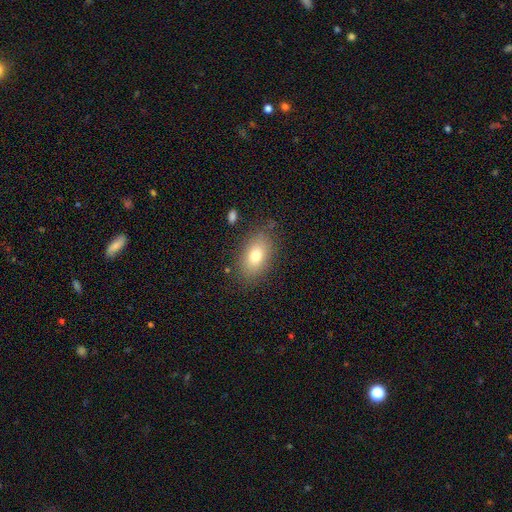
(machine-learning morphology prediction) smooth 76%, featured or disk 15%, star or artifact 9%. Down the decision tree: how rounded — in between (88%); merging — none (82%).